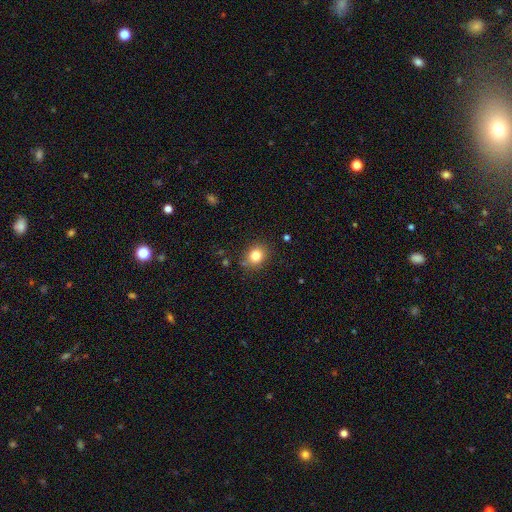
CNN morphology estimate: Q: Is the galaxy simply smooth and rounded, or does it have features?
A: smooth — 82%.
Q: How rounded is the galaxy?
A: round — 67%.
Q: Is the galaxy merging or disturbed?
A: none — 84%.